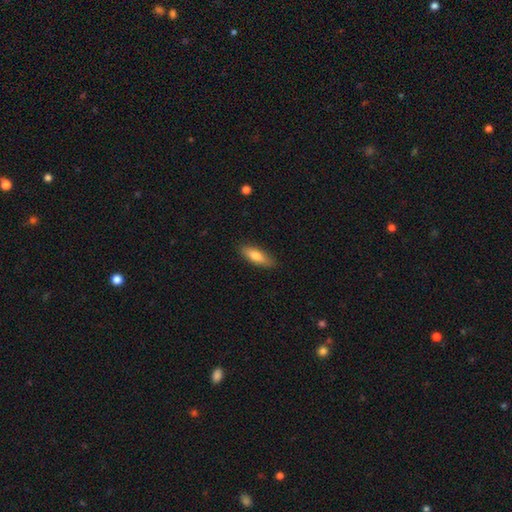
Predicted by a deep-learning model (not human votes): smooth_or_featured: smooth (p=0.77) [alt: featured or disk p=0.17]
how_rounded: in between (p=0.50) [alt: cigar-shaped p=0.48]
merging: none (p=0.85) [alt: minor disturbance p=0.11]